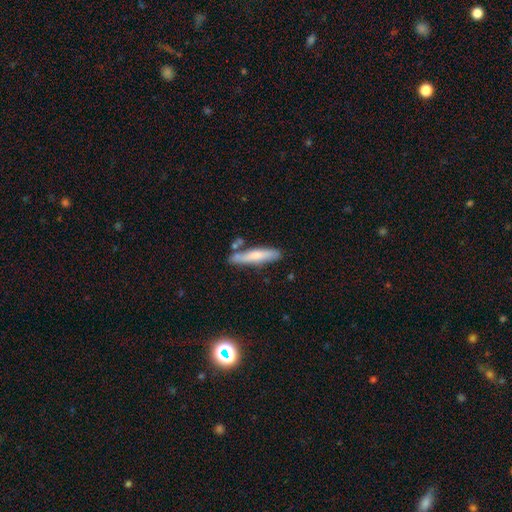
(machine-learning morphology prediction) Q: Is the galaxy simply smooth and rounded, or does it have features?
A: smooth — 64%.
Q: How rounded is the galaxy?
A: cigar-shaped — 86%.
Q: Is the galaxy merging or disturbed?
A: none — 73%.